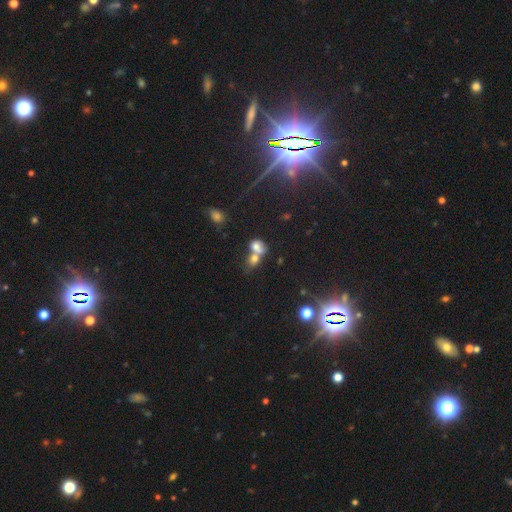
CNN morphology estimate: This appears to be a smooth galaxy with no disk features (69%) that is in between round and cigar-shaped (57%). Merging: merger (69%).